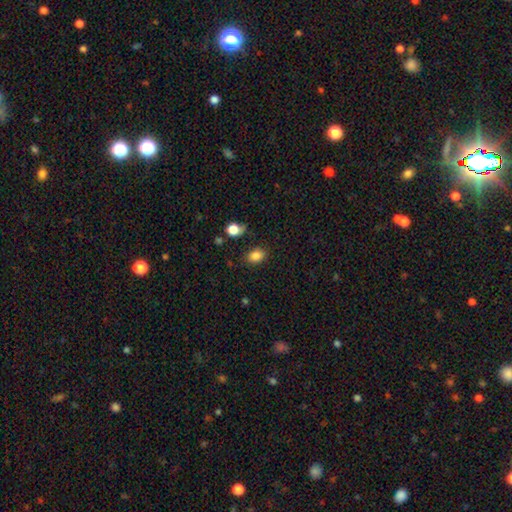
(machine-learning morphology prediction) smooth 85%, star or artifact 10%, featured or disk 5%. Down the decision tree: how rounded — in between (68%); merging — none (83%).